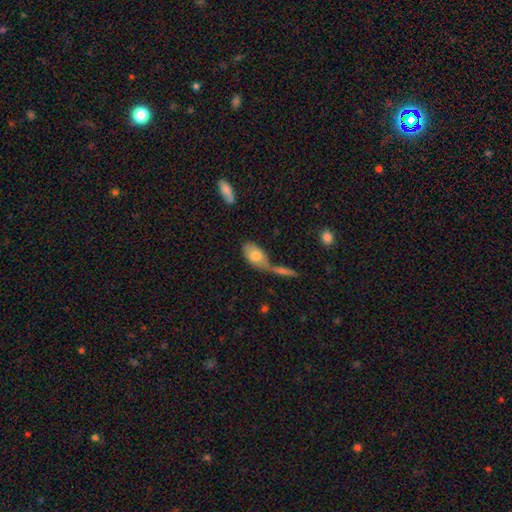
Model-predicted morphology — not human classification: Q: Smooth or featured?
A: smooth (74%); runner-up: featured or disk (20%)
Q: How rounded?
A: in between (91%); runner-up: round (5%)
Q: Merging?
A: merger (45%); runner-up: none (32%)